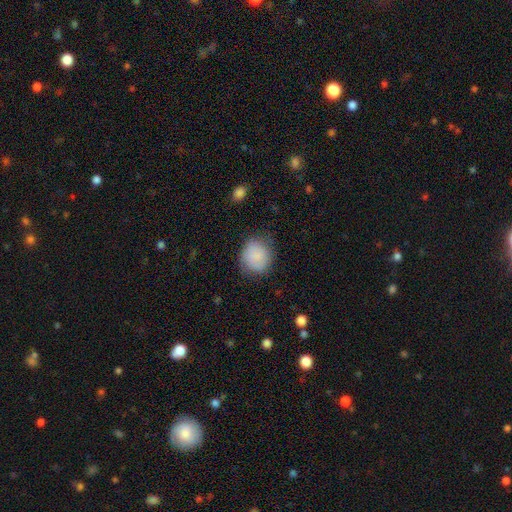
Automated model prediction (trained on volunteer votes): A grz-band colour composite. It shows a smooth galaxy with no disk features (86%) that is round (75%). Merging: none (75%).